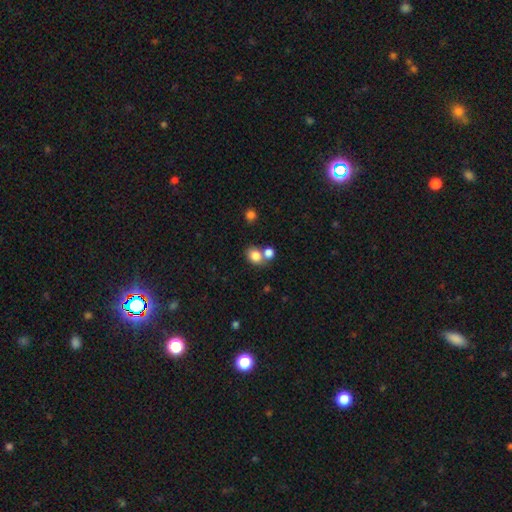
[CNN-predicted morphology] smooth_or_featured: smooth (p=0.81) [alt: star or artifact p=0.11]
how_rounded: round (p=0.58) [alt: in between p=0.41]
merging: none (p=0.50) [alt: merger p=0.37]